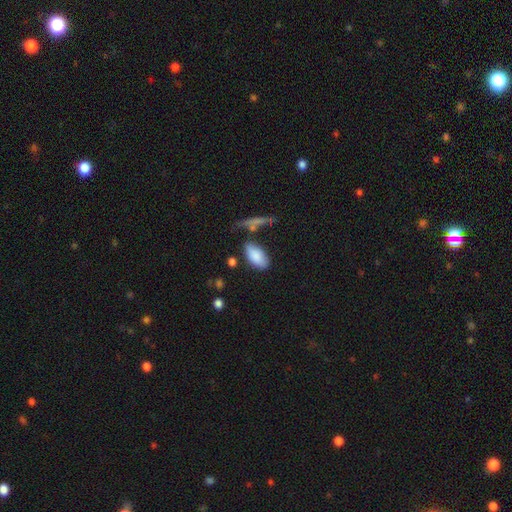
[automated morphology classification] Smooth or featured: smooth — 84% (featured or disk — 9%)
How rounded: in between — 92% (cigar-shaped — 5%)
Merging: none — 60% (minor disturbance — 22%)